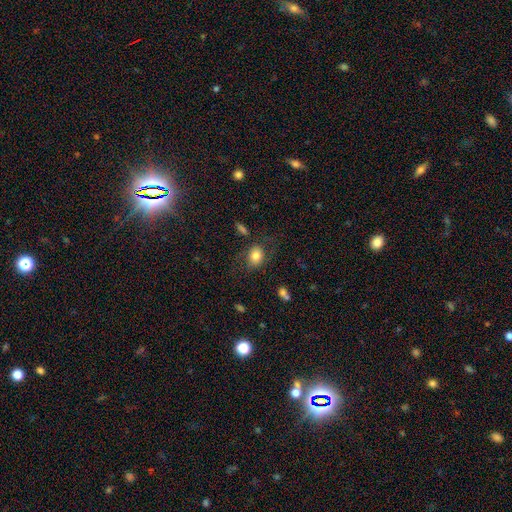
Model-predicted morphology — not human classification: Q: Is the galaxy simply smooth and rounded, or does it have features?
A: smooth — 75%.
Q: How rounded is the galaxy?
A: in between — 64%.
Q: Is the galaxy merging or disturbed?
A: none — 64%.